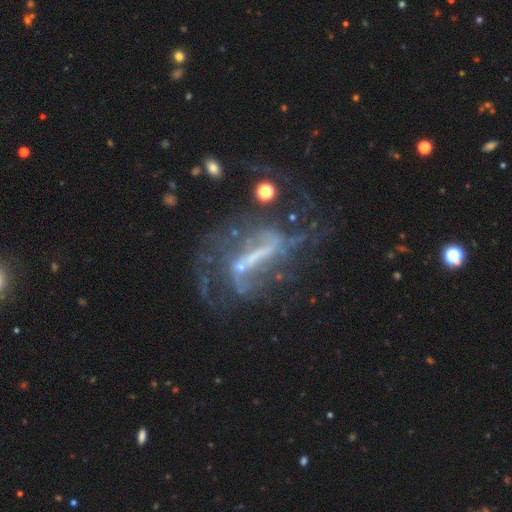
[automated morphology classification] smooth-or-featured: featured or disk: 78% | star or artifact: 13% | smooth: 9%
  disk-edge-on: no: 88% | yes: 12%
    bar: strong: 58% | weak: 25% | no: 17%
    has-spiral-arms: yes: 70% | no: 30%
    bulge-size: none: 43% | small: 34% | moderate: 18% | large: 4% | dominant: 2%
  merging: none: 38% | major disturbance: 36% | minor disturbance: 16% | merger: 9%